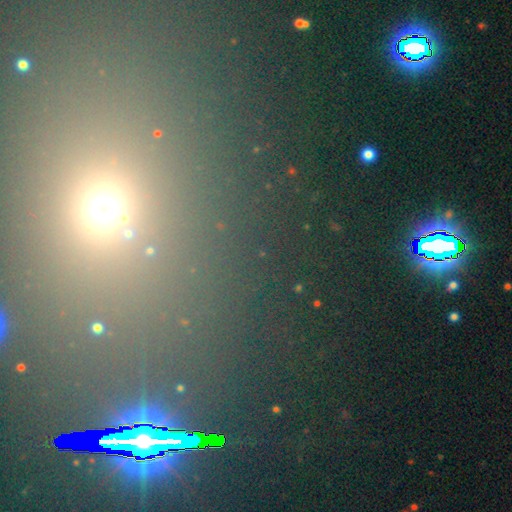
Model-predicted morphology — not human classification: Smooth or featured? Predicted: star or artifact (p=0.62).